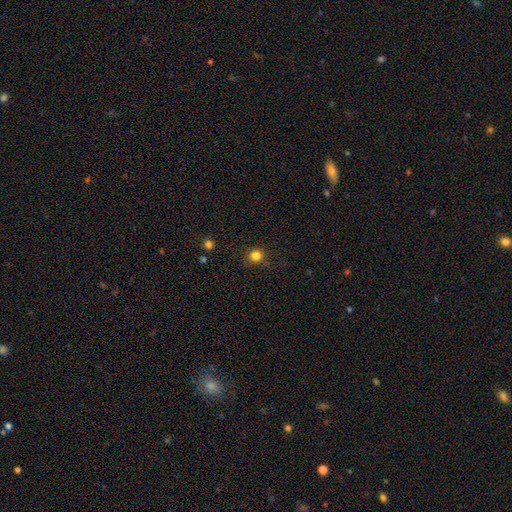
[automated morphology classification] Q: Smooth or featured?
A: smooth (82%); runner-up: star or artifact (14%)
Q: How rounded?
A: round (90%); runner-up: in between (9%)
Q: Merging?
A: none (85%); runner-up: minor disturbance (11%)